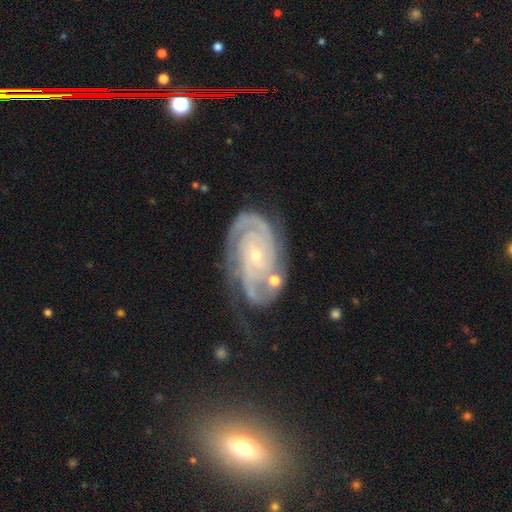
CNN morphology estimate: Overall: featured or disk (90%). Edge-on disk: no (97%). Bar: no (72%). Spiral arms: yes (98%). Spiral arm count: 2 (49%; 3 20%). Spiral winding: tight (74%). Bulge size: small (79%). Merging: none (62%).